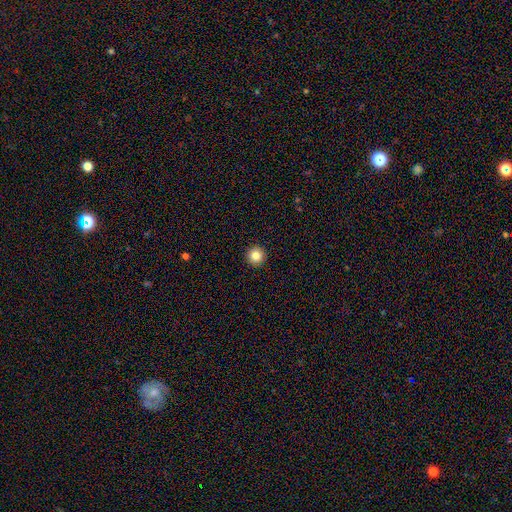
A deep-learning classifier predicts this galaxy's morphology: Smooth or featured? Predicted: smooth (p=0.84). How rounded? Predicted: round (p=0.96). Merging? Predicted: none (p=0.94).